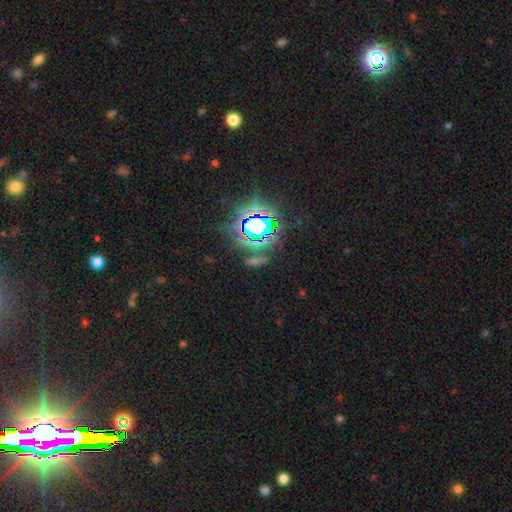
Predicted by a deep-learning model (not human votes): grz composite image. It shows a star or artifact, not a galaxy (74%).